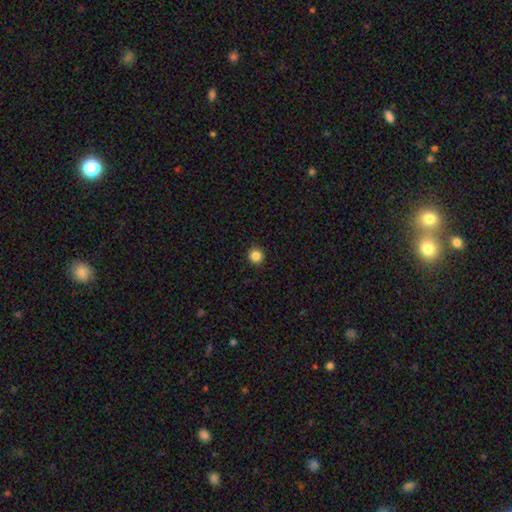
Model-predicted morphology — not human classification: type=smooth (85%); roundness=round (93%); merging=none (93%).